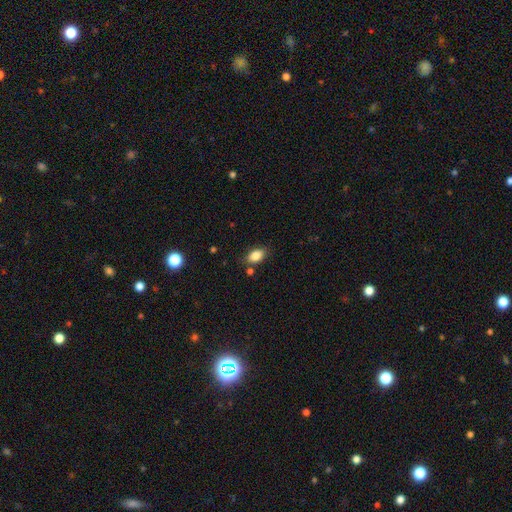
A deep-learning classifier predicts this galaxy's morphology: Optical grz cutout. It shows a smooth galaxy with no disk features (84%) that is in between round and cigar-shaped (88%). Merging: none (78%).